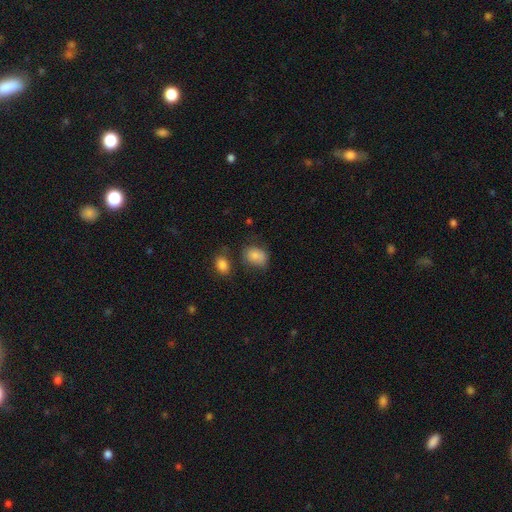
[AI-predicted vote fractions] Smooth or featured? smooth (82%)
How rounded? in between (72%)
Merging? none (57%)